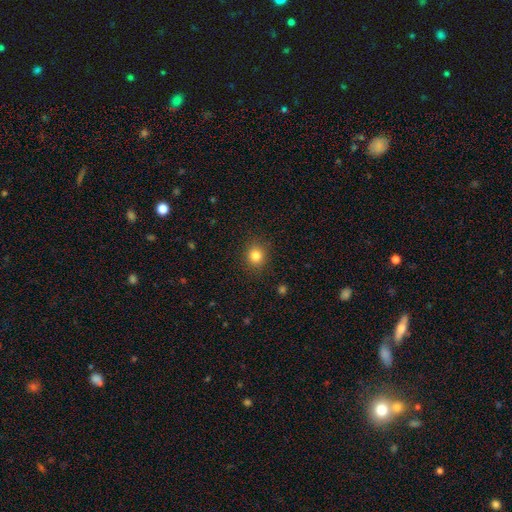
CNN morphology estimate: type=smooth (82%); roundness=round (81%); merging=none (88%).